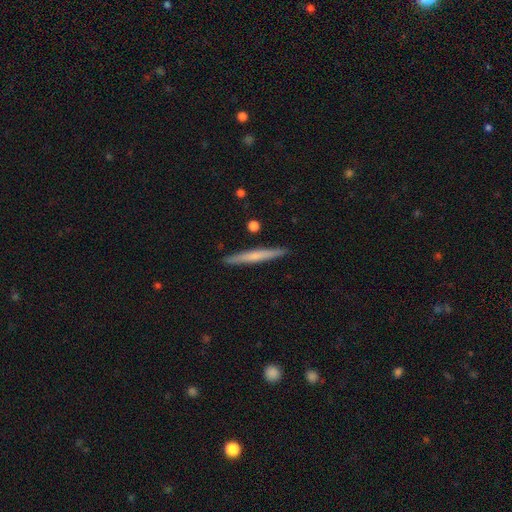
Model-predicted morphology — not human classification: Smooth or featured?
  - smooth: 53% *
  - featured or disk: 41%
  - star or artifact: 5%
How rounded?
  - cigar-shaped: 96% *
  - in between: 2%
  - round: 1%
Merging?
  - none: 91% *
  - minor disturbance: 6%
  - merger: 1%
  - major disturbance: 1%